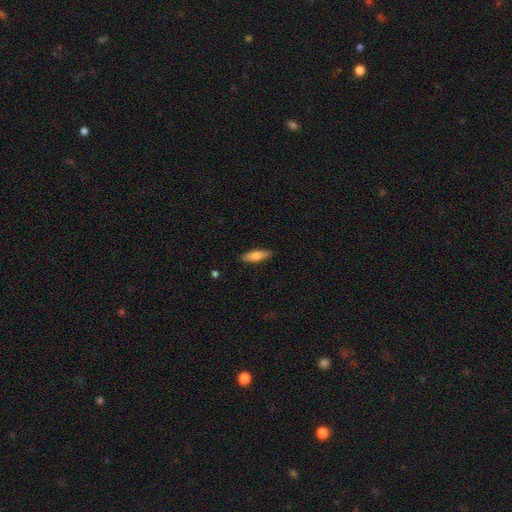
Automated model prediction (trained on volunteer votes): Q: Smooth or featured?
A: smooth (76%); runner-up: featured or disk (18%)
Q: How rounded?
A: in between (52%); runner-up: cigar-shaped (46%)
Q: Merging?
A: none (88%); runner-up: minor disturbance (9%)